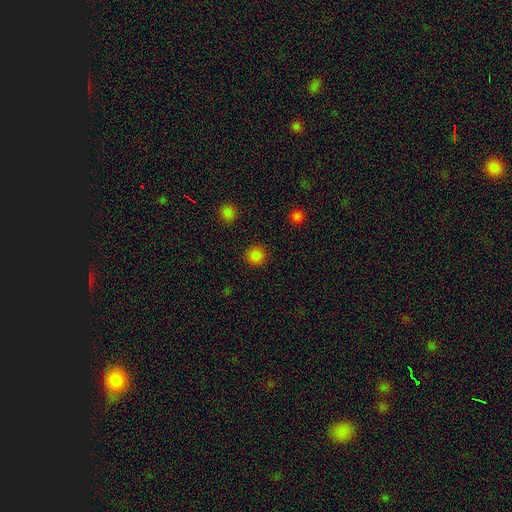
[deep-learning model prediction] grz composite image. It shows a smooth galaxy with no disk features (85%) that is round (95%). Merging: none (91%).